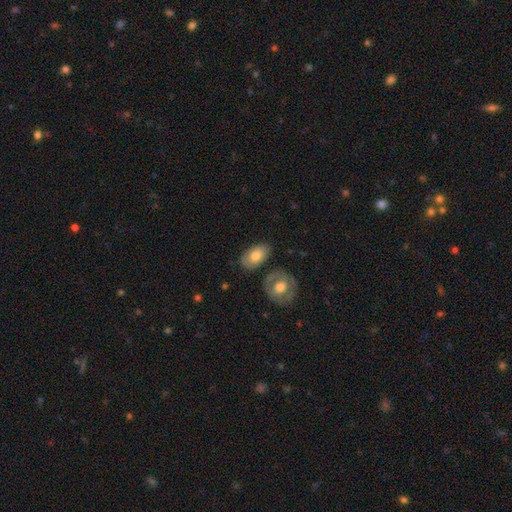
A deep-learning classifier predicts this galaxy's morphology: type=smooth (73%); roundness=in between (89%); merging=none (74%).